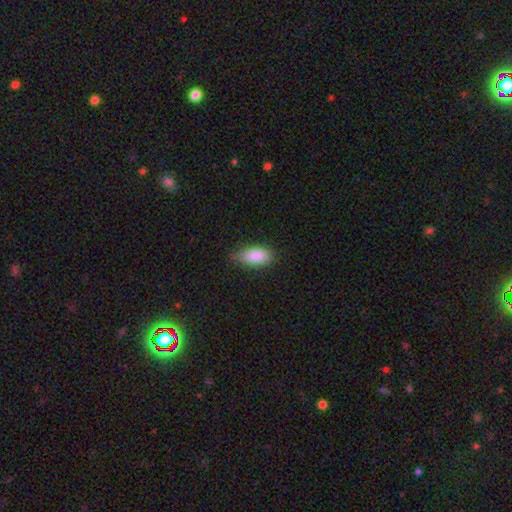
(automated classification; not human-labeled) Morphology: type=smooth (85%); roundness=in between (90%); merging=none (72%).